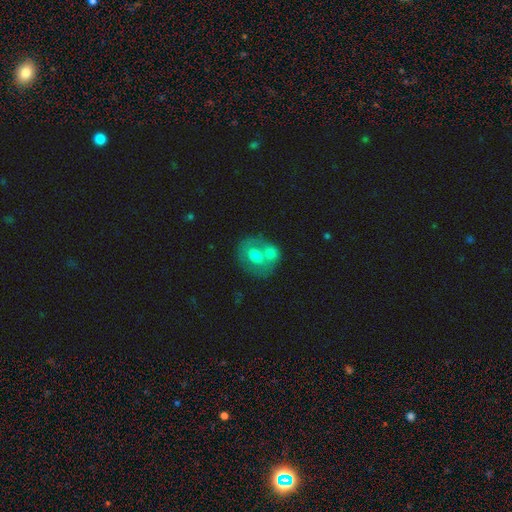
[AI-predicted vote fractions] smooth 56%, featured or disk 36%, star or artifact 8%. Down the decision tree: how rounded — round (61%); merging — merger (46%).